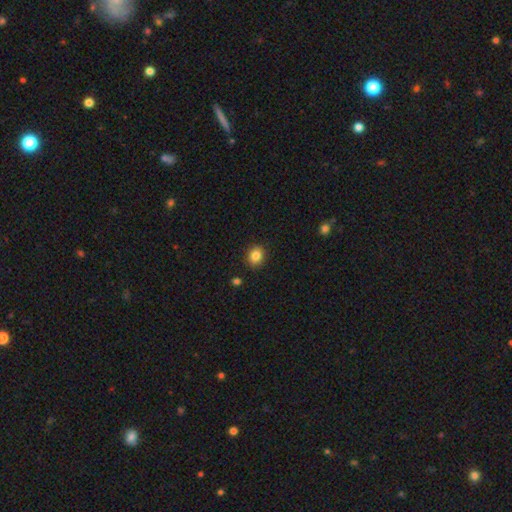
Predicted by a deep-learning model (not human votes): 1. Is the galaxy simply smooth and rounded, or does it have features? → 85% smooth, 10% star or artifact, 5% featured or disk.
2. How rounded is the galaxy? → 62% round, 37% in between, 1% cigar-shaped.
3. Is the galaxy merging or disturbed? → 90% none, 7% minor disturbance, 2% major disturbance, 1% merger.